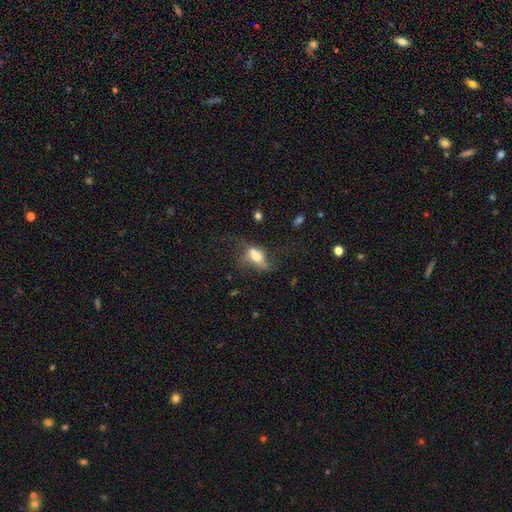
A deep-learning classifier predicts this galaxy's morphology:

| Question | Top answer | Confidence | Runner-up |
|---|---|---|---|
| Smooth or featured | smooth | 52% | featured or disk (36%) |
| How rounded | in between | 81% | round (10%) |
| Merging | major disturbance | 42% | none (29%) |